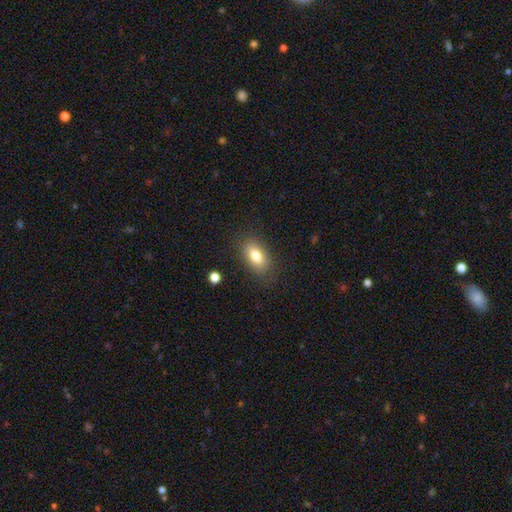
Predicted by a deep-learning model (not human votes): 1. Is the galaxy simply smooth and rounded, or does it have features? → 79% smooth, 13% featured or disk, 9% star or artifact.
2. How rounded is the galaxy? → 87% in between, 8% round, 5% cigar-shaped.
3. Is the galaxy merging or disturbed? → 83% none, 12% minor disturbance, 4% major disturbance, 1% merger.